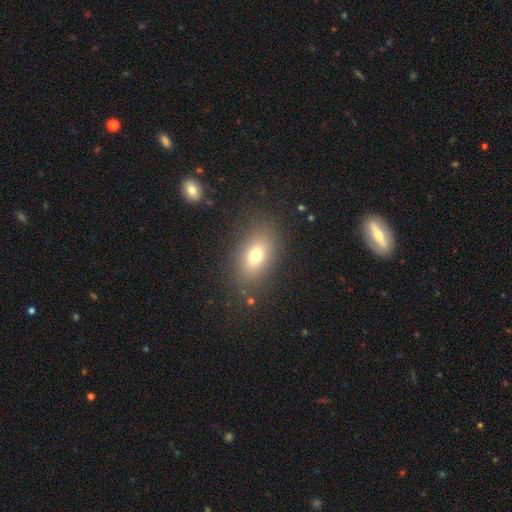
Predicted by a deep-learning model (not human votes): smooth-or-featured: smooth: 73% | featured or disk: 14% | star or artifact: 13%
  how-rounded: in between: 78% | round: 20% | cigar-shaped: 2%
  merging: none: 84% | minor disturbance: 10% | major disturbance: 5% | merger: 1%